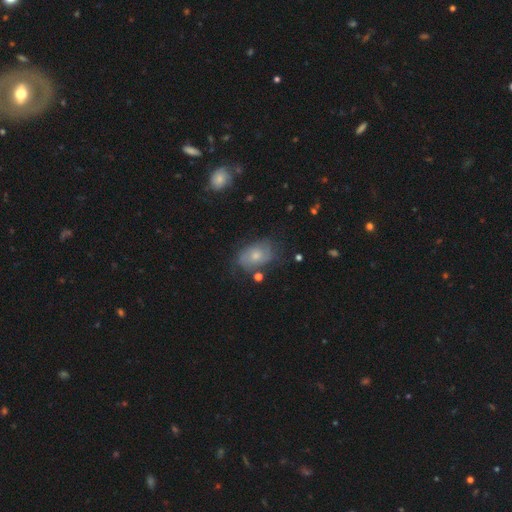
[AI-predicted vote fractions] This is possibly a featured or disk galaxy (45%, tied with smooth). Merging: possibly none (60%).